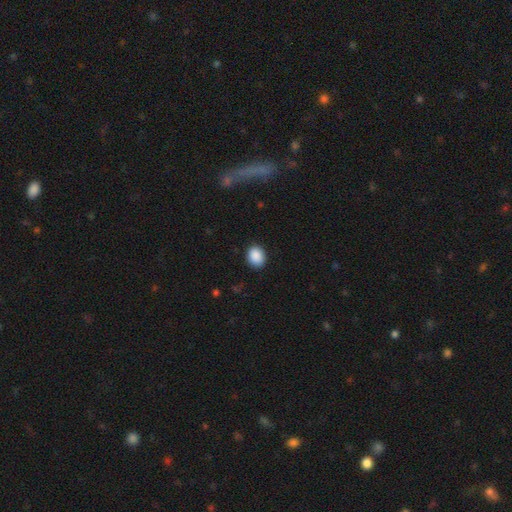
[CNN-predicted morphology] Overall: smooth (89%). How rounded: round (50%; in between 49%). Merging: none (88%).